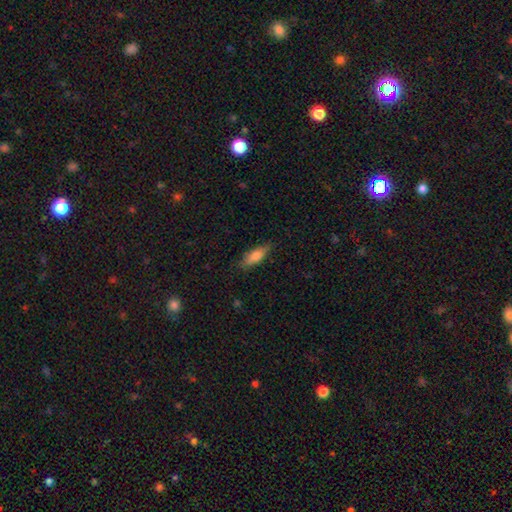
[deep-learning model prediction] A smooth galaxy with no disk features (74%) that is in between round and cigar-shaped (59%).

Vote fractions:
- Smooth or featured? smooth: 74% / featured or disk: 20% / star or artifact: 7%
- How rounded? in between: 59% / cigar-shaped: 39% / round: 2%
- Merging? none: 79% / minor disturbance: 16% / major disturbance: 3% / merger: 1%